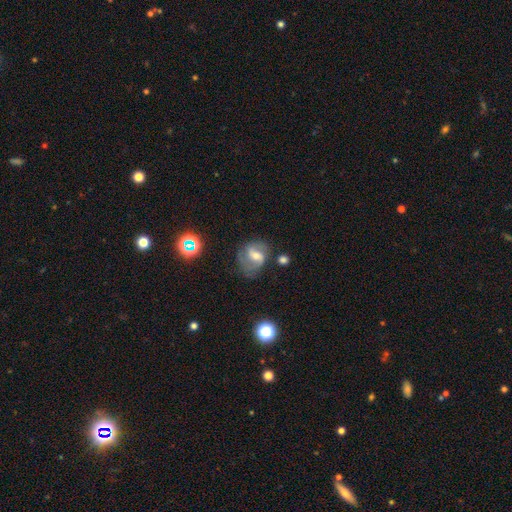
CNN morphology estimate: Q: Smooth or featured?
A: featured or disk (70%); runner-up: smooth (20%)
Q: Edge-on disk?
A: no (97%); runner-up: yes (3%)
Q: Bar?
A: weak (51%); runner-up: strong (25%)
Q: Spiral arms?
A: yes (89%); runner-up: no (11%)
Q: Spiral winding?
A: medium (49%); runner-up: loose (32%)
Q: Spiral arm count?
A: 2 (79%); runner-up: can't tell (10%)
Q: Bulge size?
A: moderate (56%); runner-up: small (34%)
Q: Merging?
A: none (59%); runner-up: minor disturbance (23%)